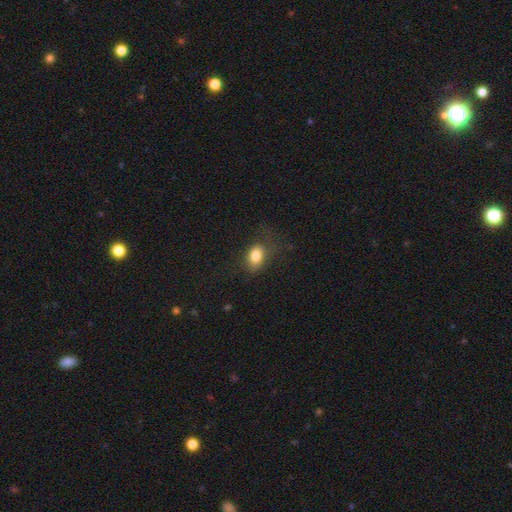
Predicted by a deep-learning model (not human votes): Morphology: type=smooth (82%); roundness=in between (75%); merging=none (63%).